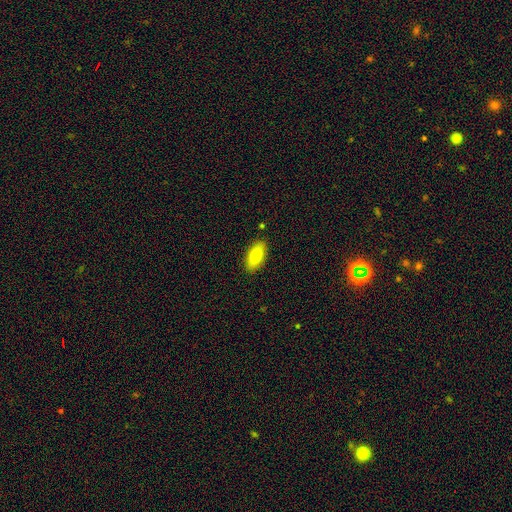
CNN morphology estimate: The model was most divided on "smooth or featured": smooth: 80%, featured or disk: 13%, star or artifact: 7%. More confident: how rounded — in between (89%); merging — none (88%).